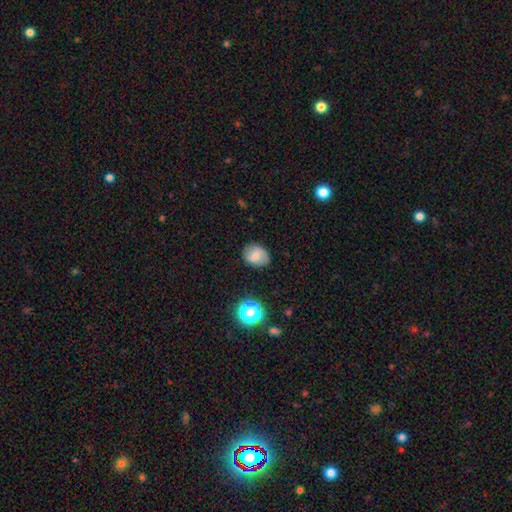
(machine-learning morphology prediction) Smooth or featured? Predicted: smooth (p=0.70). How rounded? Predicted: round (p=0.51). Merging? Predicted: none (p=0.82).